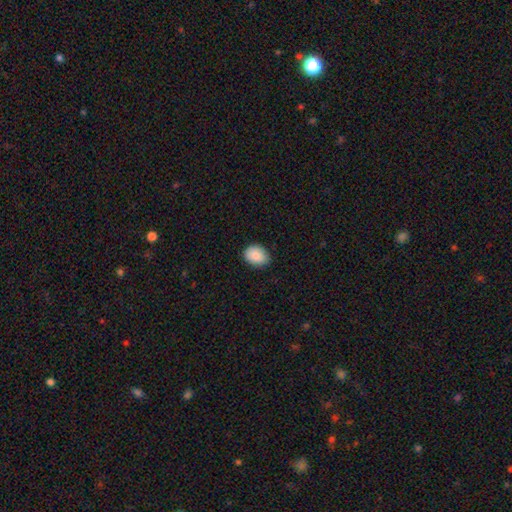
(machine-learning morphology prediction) A smooth galaxy with no disk features (87%) that is in between round and cigar-shaped (69%).

Vote fractions:
- Smooth or featured? smooth: 87% / star or artifact: 7% / featured or disk: 5%
- How rounded? in between: 69% / round: 30% / cigar-shaped: 1%
- Merging? none: 85% / minor disturbance: 12% / major disturbance: 2% / merger: 1%